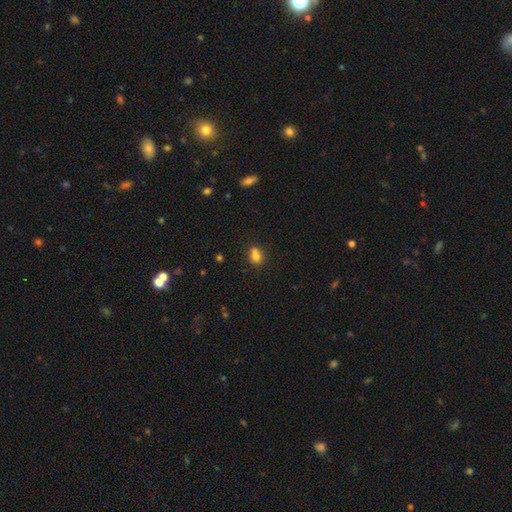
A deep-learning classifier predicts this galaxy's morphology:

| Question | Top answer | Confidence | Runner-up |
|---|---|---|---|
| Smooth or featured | smooth | 74% | featured or disk (14%) |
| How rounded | round | 60% | in between (39%) |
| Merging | none | 48% | merger (34%) |